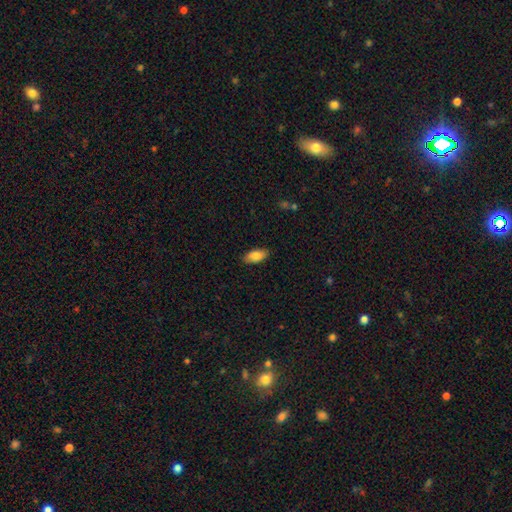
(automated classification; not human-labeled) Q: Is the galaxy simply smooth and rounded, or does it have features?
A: smooth — 83%.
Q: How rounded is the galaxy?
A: in between — 89%.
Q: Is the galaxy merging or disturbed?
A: none — 88%.